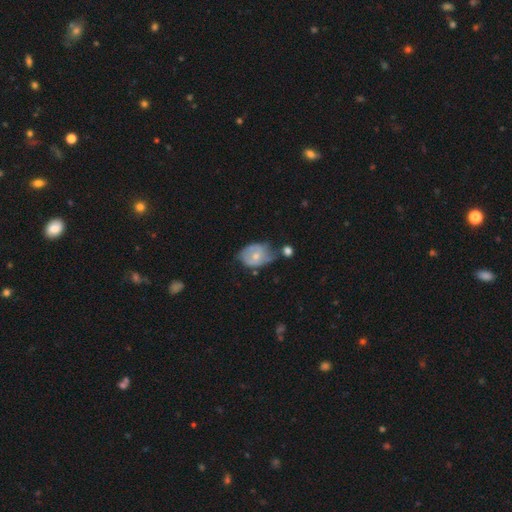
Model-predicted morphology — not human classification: This appears to be a featured or disk galaxy (50%). Merging: none (36%, tied with minor disturbance).